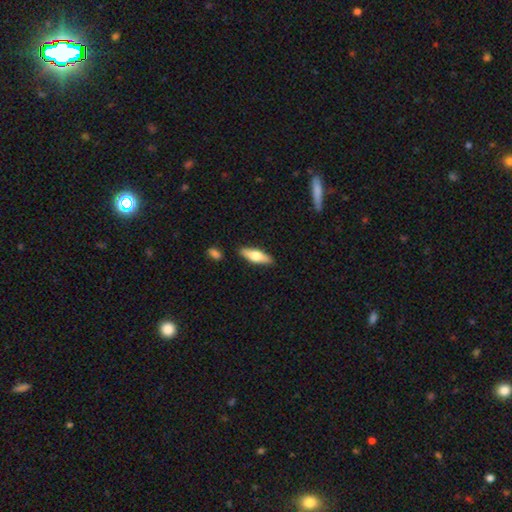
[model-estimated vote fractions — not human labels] Smooth or featured: smooth — 57% (featured or disk — 37%)
How rounded: in between — 49% (tied with cigar-shaped — 49%)
Merging: none — 87% (minor disturbance — 9%)